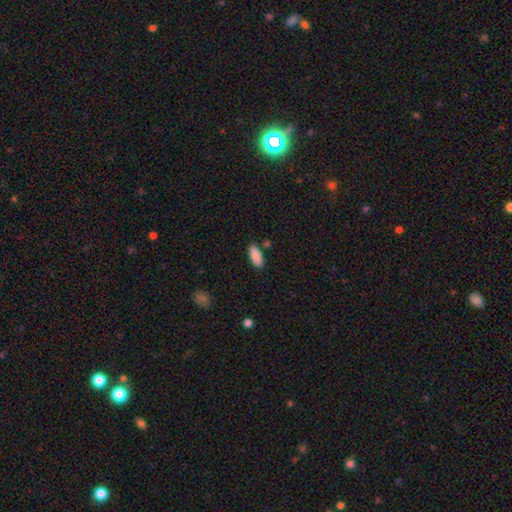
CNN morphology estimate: This is clearly a smooth galaxy (89%). How rounded: clearly in between (81%). Merging: clearly none (82%).